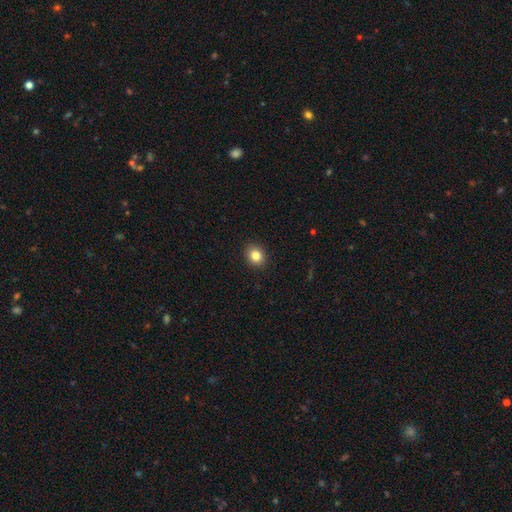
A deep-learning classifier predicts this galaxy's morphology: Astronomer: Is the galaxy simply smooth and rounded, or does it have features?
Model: smooth — 83%.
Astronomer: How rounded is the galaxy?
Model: round — 65%.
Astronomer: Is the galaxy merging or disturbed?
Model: none — 91%.